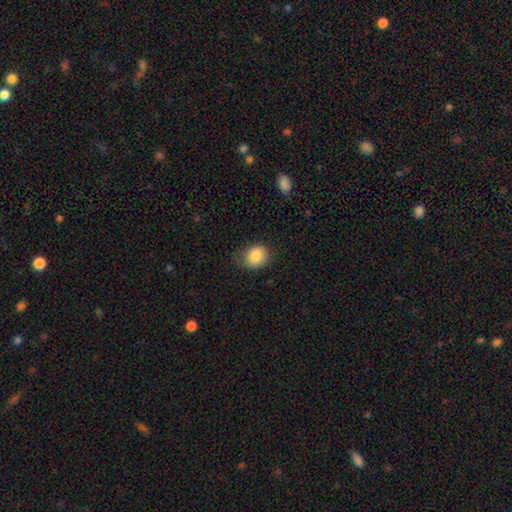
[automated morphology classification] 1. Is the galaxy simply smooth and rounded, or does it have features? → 84% smooth, 9% star or artifact, 7% featured or disk.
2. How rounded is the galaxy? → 63% round, 37% in between, 1% cigar-shaped.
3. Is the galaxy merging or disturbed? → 71% none, 23% minor disturbance, 5% major disturbance, 1% merger.